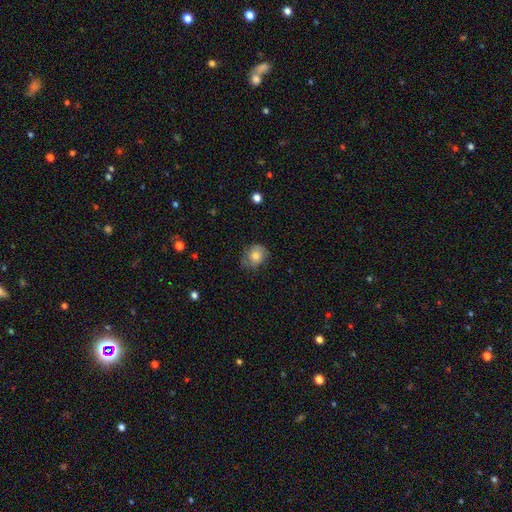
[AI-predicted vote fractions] Overall: smooth (72%). How rounded: round (59%; in between 40%). Merging: none (67%).